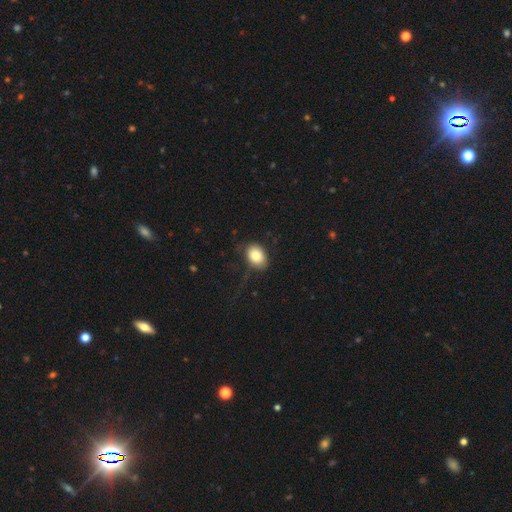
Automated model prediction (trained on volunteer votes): Smooth or featured?
  - smooth: 82% *
  - featured or disk: 9%
  - star or artifact: 8%
How rounded?
  - in between: 77% *
  - round: 22%
  - cigar-shaped: 1%
Merging?
  - none: 74% *
  - minor disturbance: 18%
  - major disturbance: 7%
  - merger: 1%